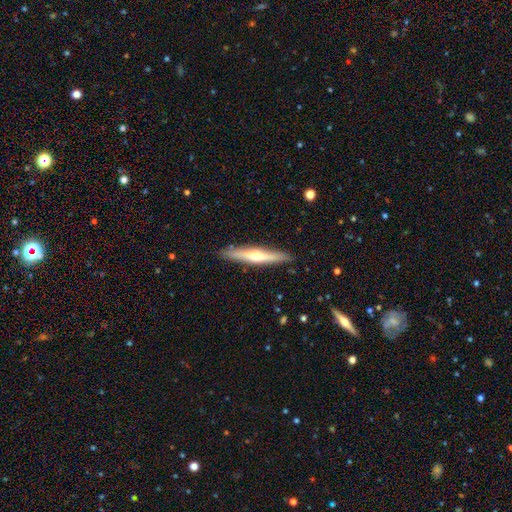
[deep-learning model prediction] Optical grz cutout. It shows a featured or disk galaxy (56%) viewed edge-on (95%) with a rounded central bulge (82%). Merging: none (89%).